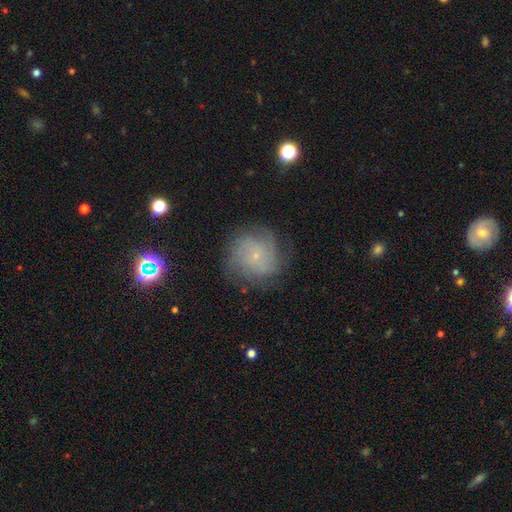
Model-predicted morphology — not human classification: smooth_or_featured: featured or disk (p=0.55) [alt: smooth p=0.32]
disk_edge_on: no (p=0.97) [alt: yes p=0.03]
bar: no (p=0.83) [alt: weak p=0.14]
has_spiral_arms: yes (p=0.83) [alt: no p=0.17]
bulge_size: small (p=0.85) [alt: moderate p=0.08]
merging: none (p=0.72) [alt: minor disturbance p=0.17]